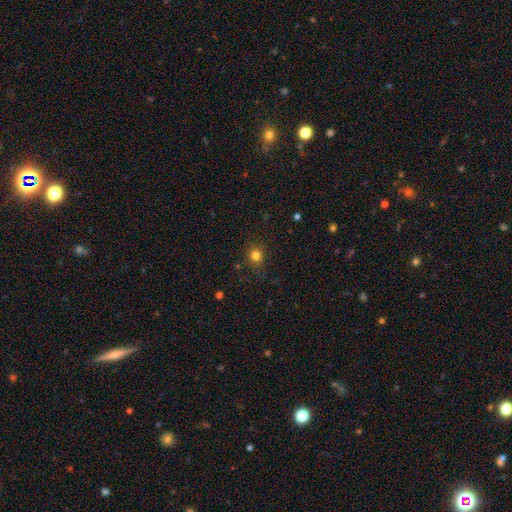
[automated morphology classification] Smooth or featured? Predicted: smooth (p=0.79). How rounded? Predicted: round (p=0.81). Merging? Predicted: none (p=0.84).